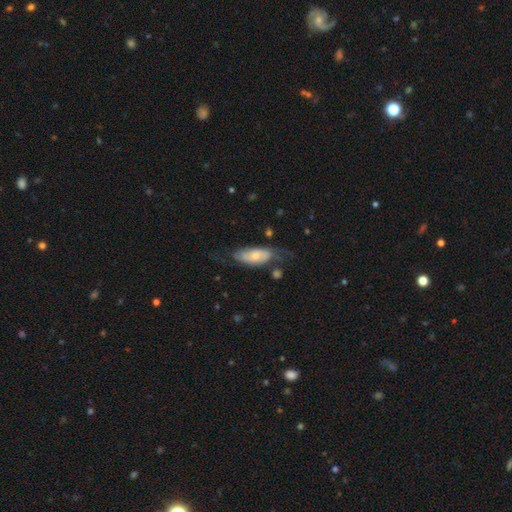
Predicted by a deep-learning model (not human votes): Morphology: type=smooth (48%); merging=none (47%).